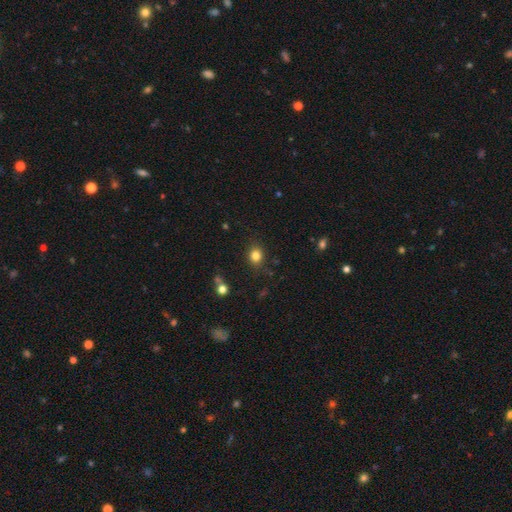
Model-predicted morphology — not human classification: A smooth galaxy with no disk features (82%) that is round (64%). Merging: none (83%).